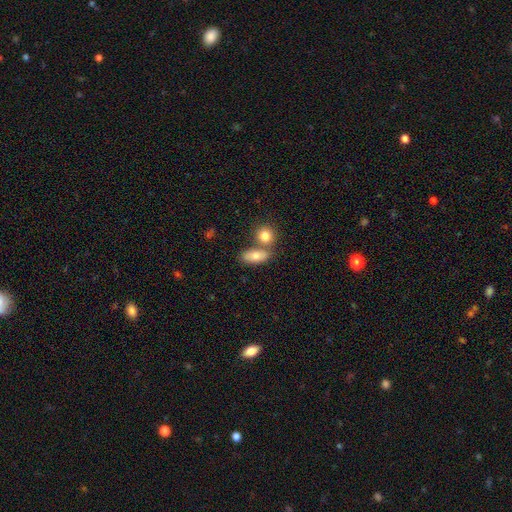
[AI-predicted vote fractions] This is likely a smooth galaxy (77%). How rounded: likely in between (79%). Merging: possibly none (51%).